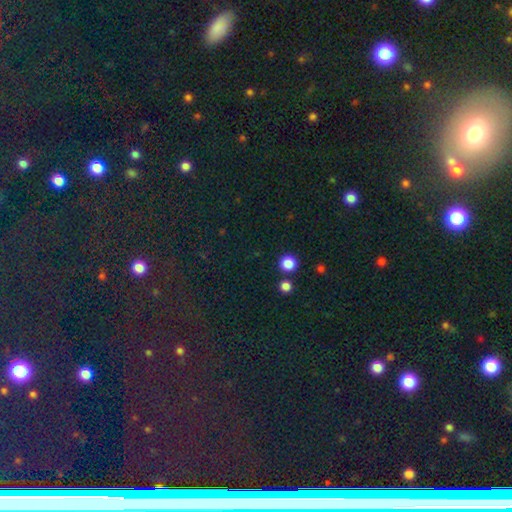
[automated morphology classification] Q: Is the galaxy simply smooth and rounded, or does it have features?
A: star or artifact — 76%.